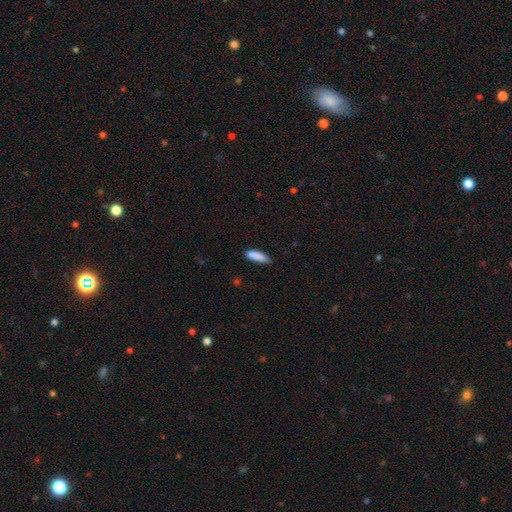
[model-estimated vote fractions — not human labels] smooth_or_featured: smooth (p=0.87) [alt: star or artifact p=0.07]
how_rounded: cigar-shaped (p=0.64) [alt: in between p=0.34]
merging: none (p=0.73) [alt: minor disturbance p=0.21]